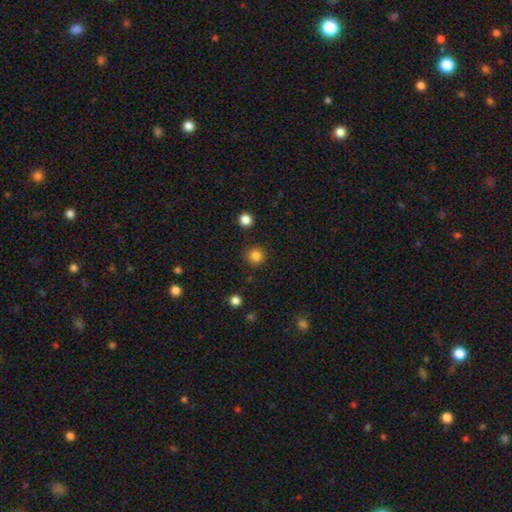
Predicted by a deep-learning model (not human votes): Morphology: type=smooth (84%); roundness=round (95%); merging=none (90%).